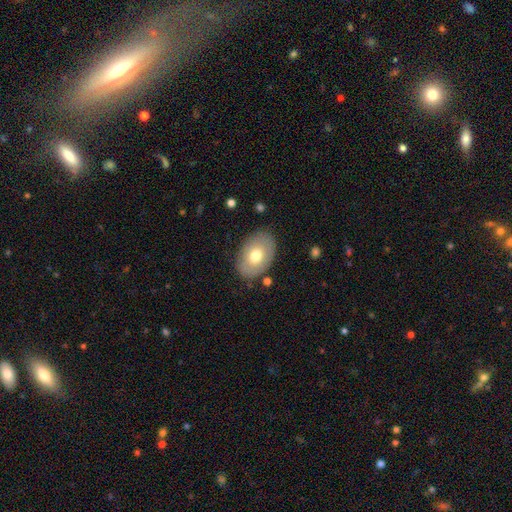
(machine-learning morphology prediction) Smooth or featured? smooth (65%)
How rounded? in between (86%)
Merging? none (82%)